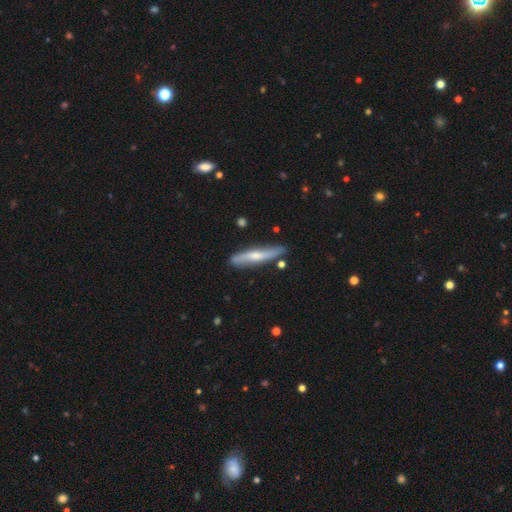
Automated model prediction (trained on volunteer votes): This appears to be a featured or disk galaxy (52%) viewed edge-on (76%). Merging: none (81%).